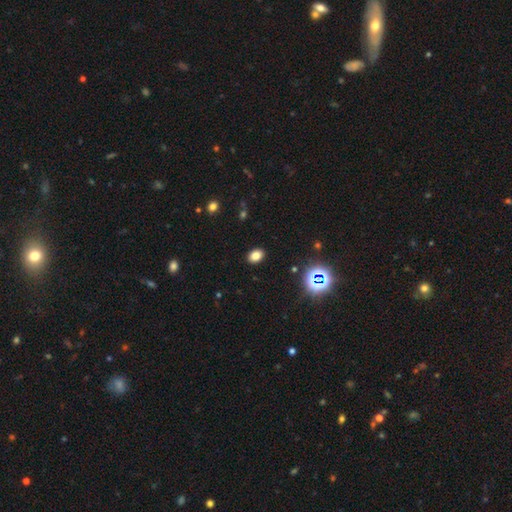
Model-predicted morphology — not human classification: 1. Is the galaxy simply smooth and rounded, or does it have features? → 79% smooth, 15% star or artifact, 6% featured or disk.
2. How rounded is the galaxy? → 75% in between, 24% round, 1% cigar-shaped.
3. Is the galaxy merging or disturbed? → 90% none, 7% minor disturbance, 2% major disturbance, 1% merger.